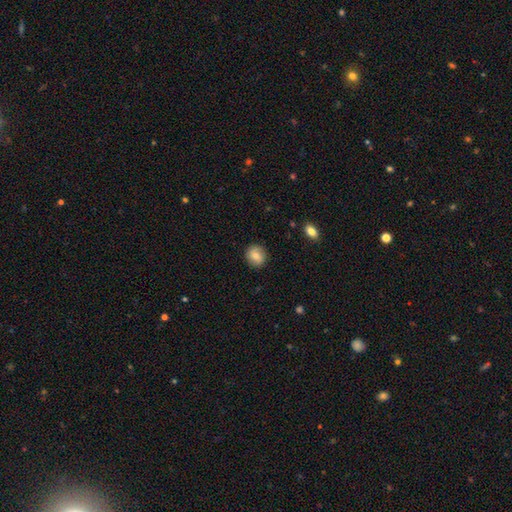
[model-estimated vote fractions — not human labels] smooth_or_featured: smooth (p=0.78) [alt: featured or disk p=0.14]
how_rounded: round (p=0.81) [alt: in between p=0.18]
merging: none (p=0.89) [alt: minor disturbance p=0.08]